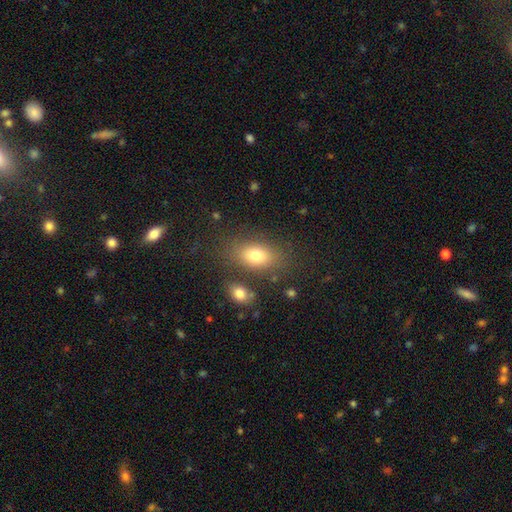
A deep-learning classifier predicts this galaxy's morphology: smooth 76%, featured or disk 13%, star or artifact 11%. Down the decision tree: how rounded — in between (84%); merging — none (75%).